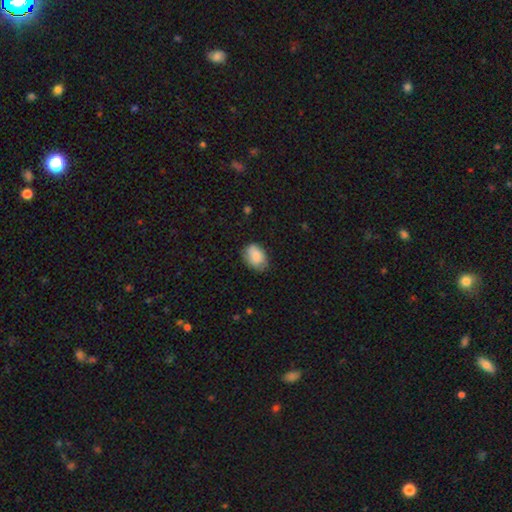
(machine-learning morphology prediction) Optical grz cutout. It shows a smooth galaxy with no disk features (84%) that is in between round and cigar-shaped (79%). Merging: none (71%).